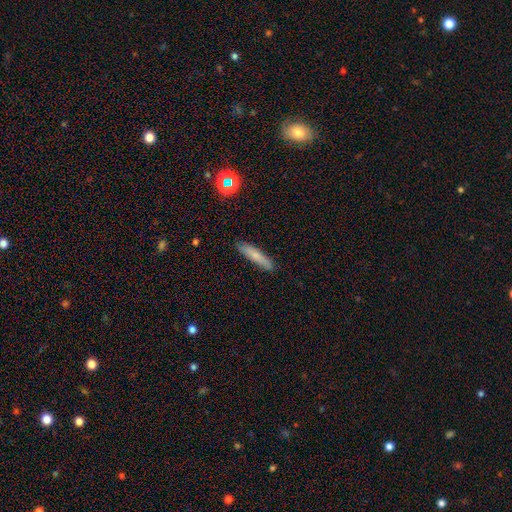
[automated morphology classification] Smooth or featured?
  - smooth: 72% *
  - featured or disk: 20%
  - star or artifact: 8%
How rounded?
  - cigar-shaped: 87% *
  - in between: 11%
  - round: 2%
Merging?
  - none: 86% *
  - minor disturbance: 10%
  - major disturbance: 2%
  - merger: 1%